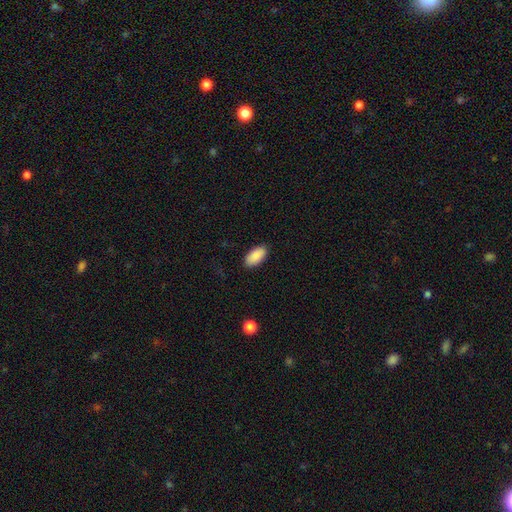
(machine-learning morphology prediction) smooth 90%, star or artifact 6%, featured or disk 4%. Down the decision tree: how rounded — in between (94%); merging — none (88%).